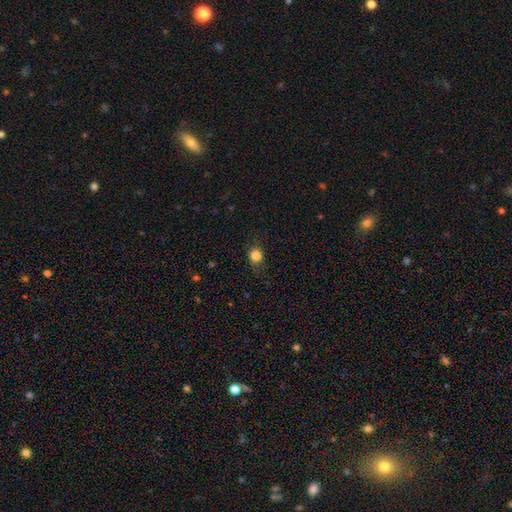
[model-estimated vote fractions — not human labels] Smooth or featured? Predicted: smooth (p=0.83). How rounded? Predicted: round (p=0.80). Merging? Predicted: none (p=0.80).